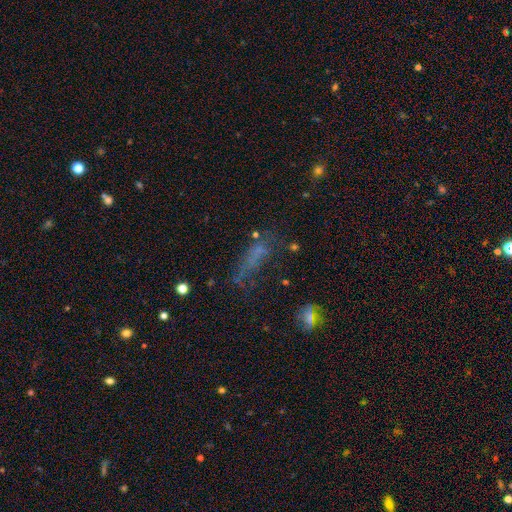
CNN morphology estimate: smooth_or_featured: smooth (p=0.43) [alt: featured or disk p=0.30]
merging: none (p=0.39) [alt: major disturbance p=0.32]